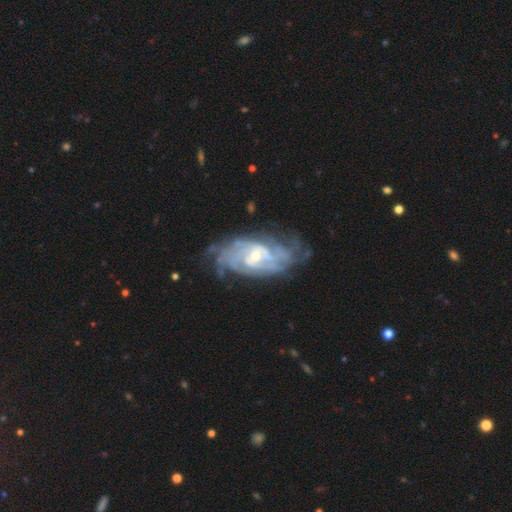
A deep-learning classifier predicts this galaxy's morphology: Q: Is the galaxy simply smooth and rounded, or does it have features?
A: featured or disk — 89%.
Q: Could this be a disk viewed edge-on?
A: no — 95%.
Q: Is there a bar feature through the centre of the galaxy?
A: weak — 45%.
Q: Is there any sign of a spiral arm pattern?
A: yes — 96%.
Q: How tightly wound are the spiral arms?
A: tight — 67%.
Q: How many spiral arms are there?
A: can't tell — 37%.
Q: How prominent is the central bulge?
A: small — 57%.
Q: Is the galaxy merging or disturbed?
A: none — 69%.